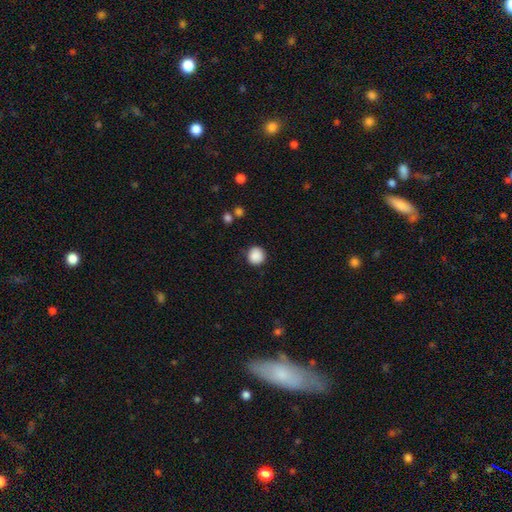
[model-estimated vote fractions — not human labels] A smooth galaxy with no disk features (89%) that is round (93%). Merging: none (87%).